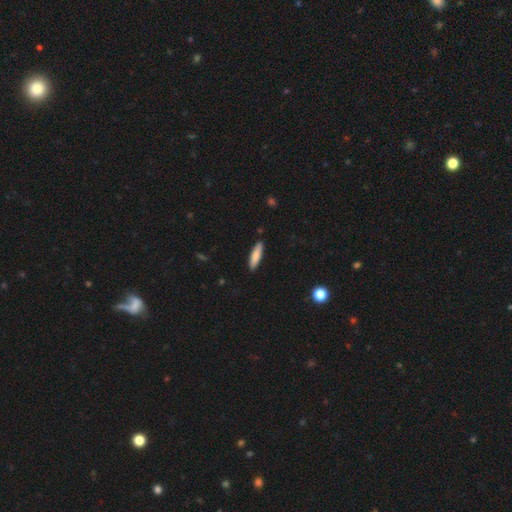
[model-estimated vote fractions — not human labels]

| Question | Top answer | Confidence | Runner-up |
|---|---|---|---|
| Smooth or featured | smooth | 81% | featured or disk (13%) |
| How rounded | cigar-shaped | 74% | in between (25%) |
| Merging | none | 89% | minor disturbance (8%) |